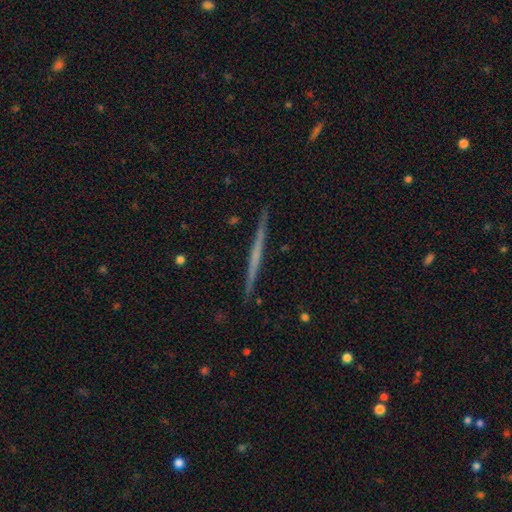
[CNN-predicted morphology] A featured or disk galaxy (61%) viewed edge-on (98%) with no central bulge (86%). Merging: none (92%).